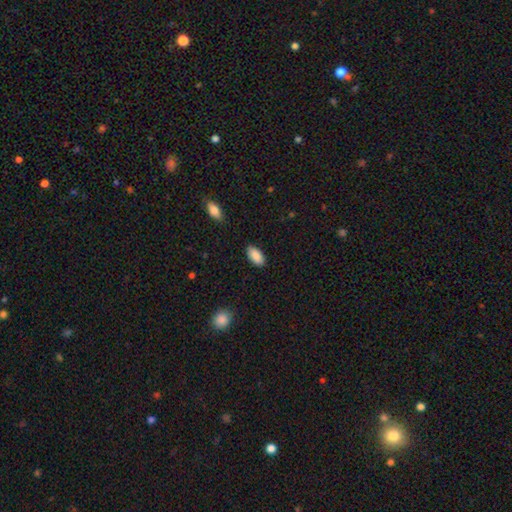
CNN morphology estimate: Overall: smooth (89%). How rounded: in between (92%). Merging: none (88%).